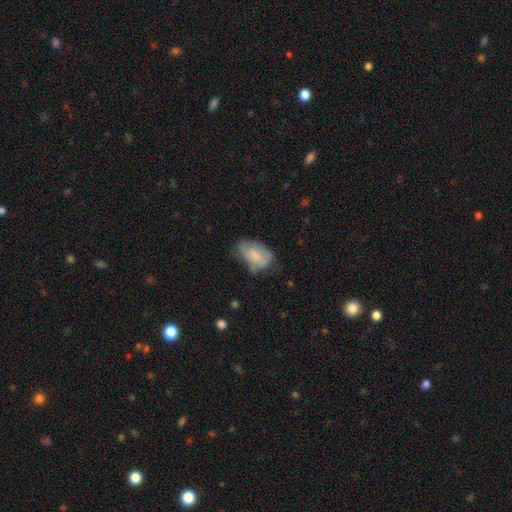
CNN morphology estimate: smooth_or_featured: smooth (p=0.65) [alt: featured or disk p=0.26]
how_rounded: in between (p=0.89) [alt: round p=0.09]
merging: none (p=0.41) [alt: minor disturbance p=0.38]